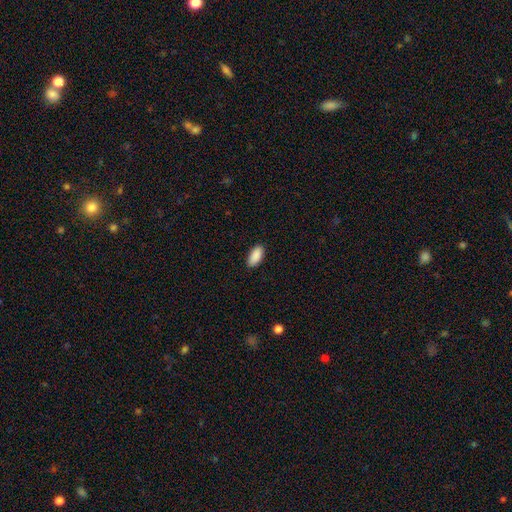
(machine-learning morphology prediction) Smooth or featured?
  - smooth: 91% *
  - star or artifact: 6%
  - featured or disk: 3%
How rounded?
  - in between: 91% *
  - cigar-shaped: 8%
  - round: 2%
Merging?
  - none: 89% *
  - minor disturbance: 8%
  - major disturbance: 2%
  - merger: 1%